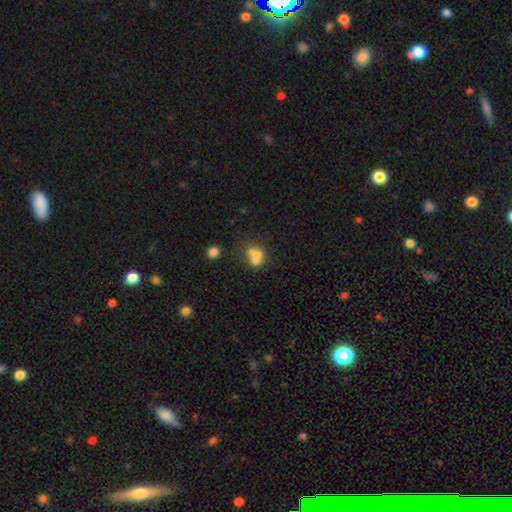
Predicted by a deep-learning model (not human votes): Morphology: type=smooth (64%); roundness=round (54%); merging=merger (55%).